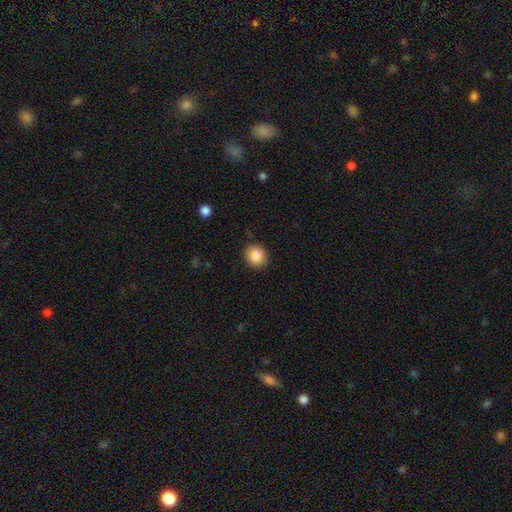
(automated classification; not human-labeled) Overall: smooth (85%). How rounded: round (77%). Merging: none (88%).